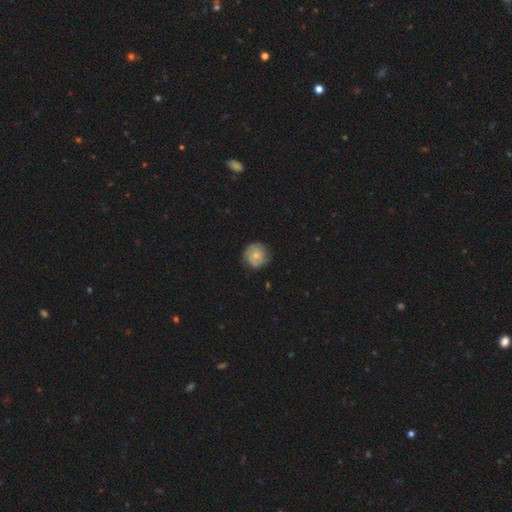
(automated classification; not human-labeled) The model was most divided on "smooth or featured": smooth: 54%, featured or disk: 39%, star or artifact: 7%. More confident: how rounded — round (92%); merging — none (76%).